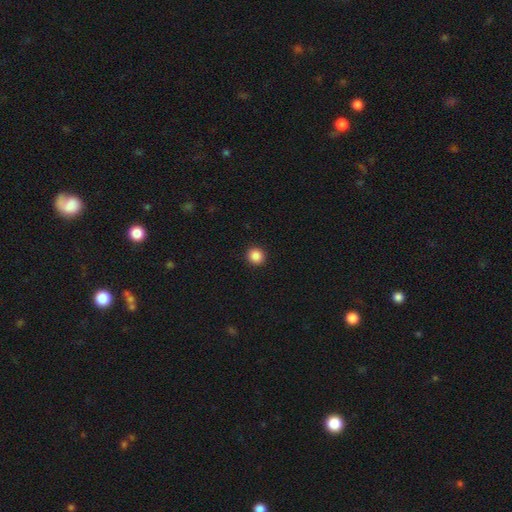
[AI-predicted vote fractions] A smooth galaxy with no disk features (87%) that is round (92%).

Vote fractions:
- Smooth or featured? smooth: 87% / star or artifact: 10% / featured or disk: 3%
- How rounded? round: 92% / in between: 7% / cigar-shaped: 1%
- Merging? none: 93% / minor disturbance: 4% / major disturbance: 2% / merger: 1%